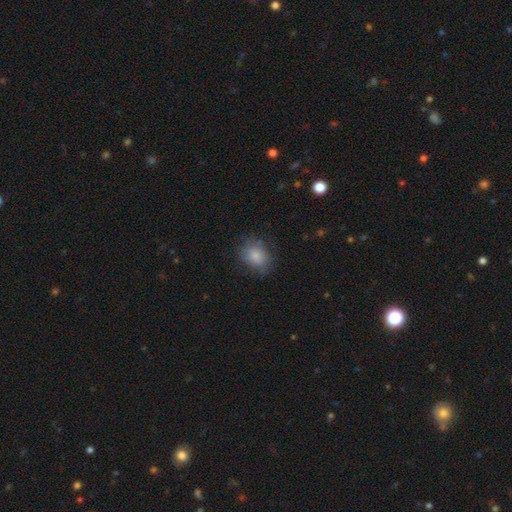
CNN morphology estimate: Smooth or featured: smooth — 81% (featured or disk — 11%)
How rounded: in between — 53% (round — 46%)
Merging: none — 67% (minor disturbance — 22%)